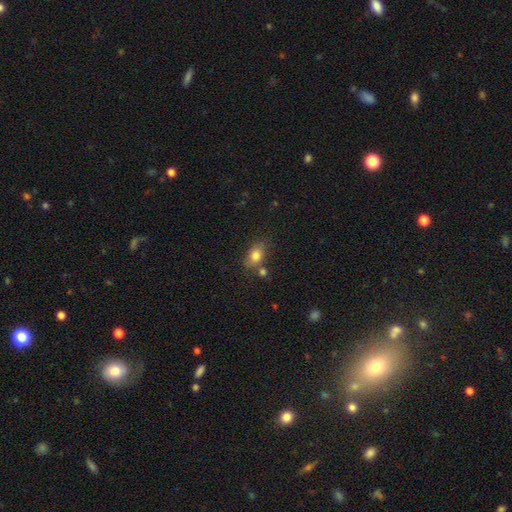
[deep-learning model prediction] This appears to be a smooth galaxy with no disk features (79%) that is in between round and cigar-shaped (78%). Merging: none (59%).